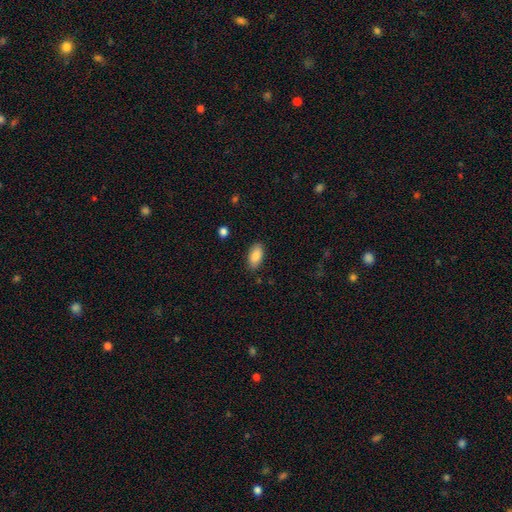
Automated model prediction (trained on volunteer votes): A smooth galaxy with no disk features (88%) that is in between round and cigar-shaped (92%). Merging: none (86%).